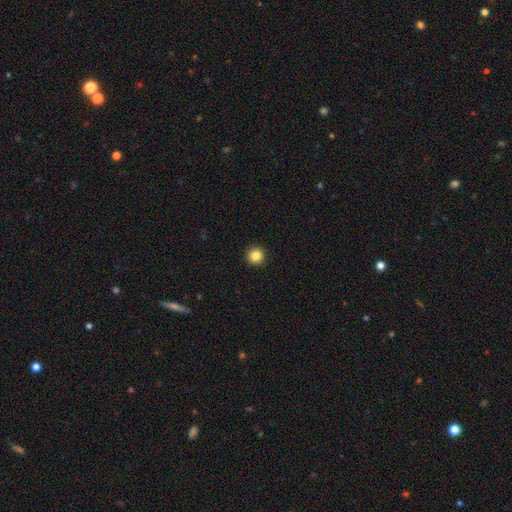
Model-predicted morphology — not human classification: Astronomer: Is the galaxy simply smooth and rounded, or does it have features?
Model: smooth — 85%.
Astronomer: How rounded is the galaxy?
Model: round — 96%.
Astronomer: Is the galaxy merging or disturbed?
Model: none — 94%.